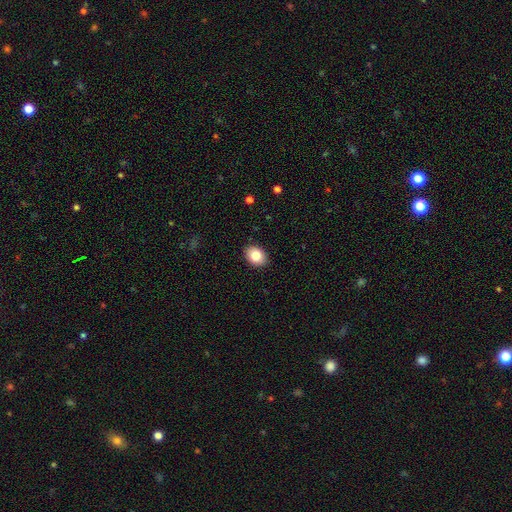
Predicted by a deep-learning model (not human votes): Q: Smooth or featured?
A: smooth (84%); runner-up: featured or disk (8%)
Q: How rounded?
A: in between (67%); runner-up: round (32%)
Q: Merging?
A: none (90%); runner-up: minor disturbance (8%)